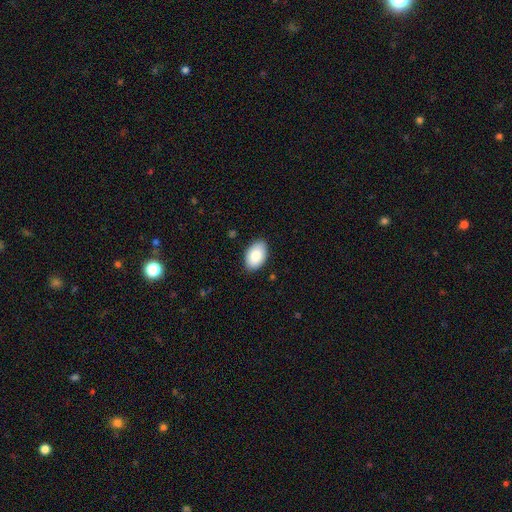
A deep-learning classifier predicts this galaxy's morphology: type=smooth (85%); roundness=in between (93%); merging=none (87%).